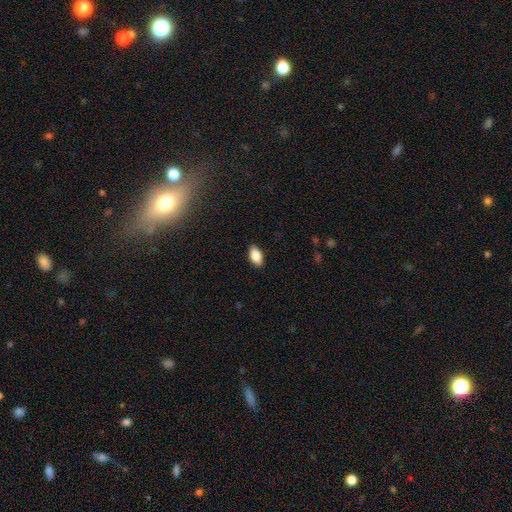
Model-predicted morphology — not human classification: type=smooth (85%); roundness=in between (90%); merging=none (88%).